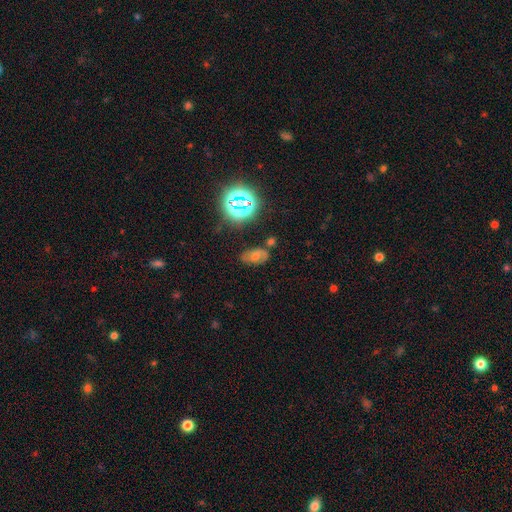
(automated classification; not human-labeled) Q: Smooth or featured?
A: star or artifact (37%); runner-up: smooth (32%)